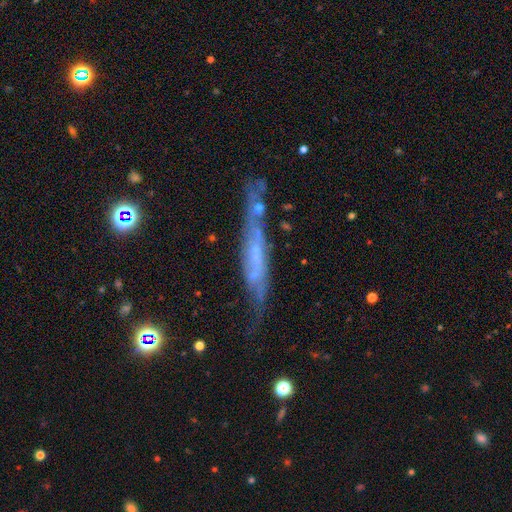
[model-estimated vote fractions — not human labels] Overall: featured or disk (69%). Edge-on disk: yes (69%; no 31%). Merging: none (60%; minor disturbance 24%).